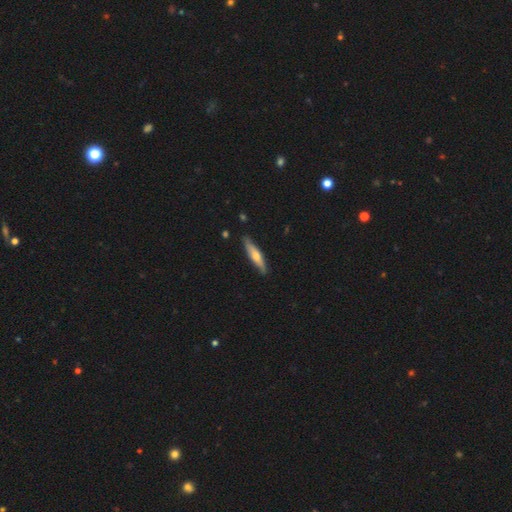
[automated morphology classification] Smooth or featured? featured or disk (49%)
Merging? none (87%)